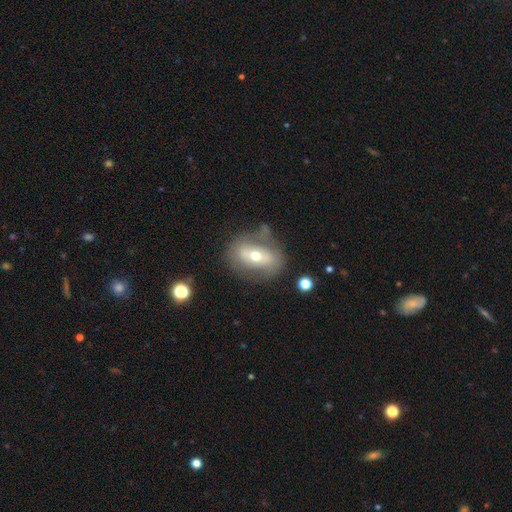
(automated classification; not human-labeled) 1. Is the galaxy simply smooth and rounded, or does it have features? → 48% featured or disk, 43% smooth, 9% star or artifact.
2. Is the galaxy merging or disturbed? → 65% none, 19% minor disturbance, 10% major disturbance, 5% merger.